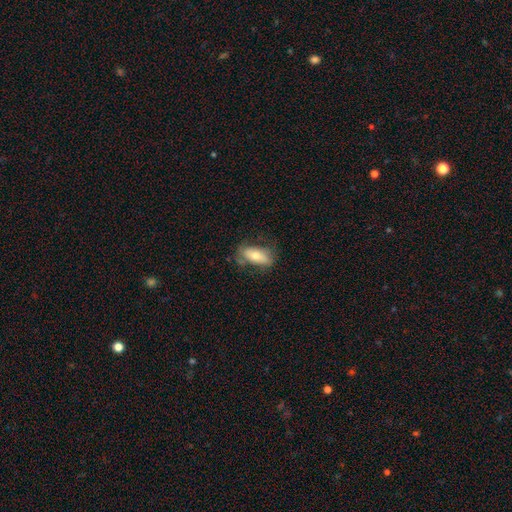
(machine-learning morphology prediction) Smooth or featured? Predicted: smooth (p=0.70). How rounded? Predicted: in between (p=0.81). Merging? Predicted: none (p=0.65).